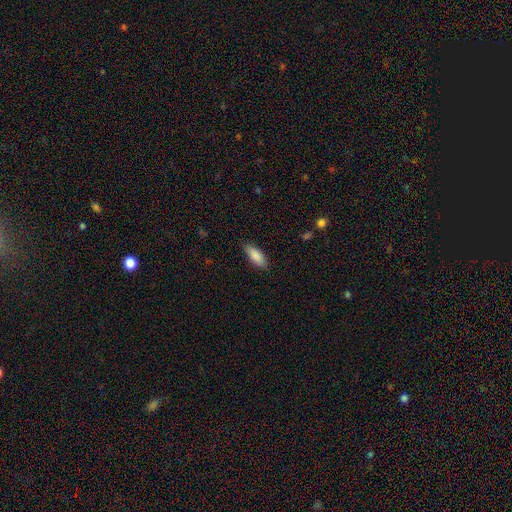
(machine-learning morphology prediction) Smooth or featured?
  - smooth: 88% *
  - featured or disk: 6%
  - star or artifact: 6%
How rounded?
  - in between: 75% *
  - cigar-shaped: 23%
  - round: 2%
Merging?
  - none: 85% *
  - minor disturbance: 11%
  - major disturbance: 2%
  - merger: 1%